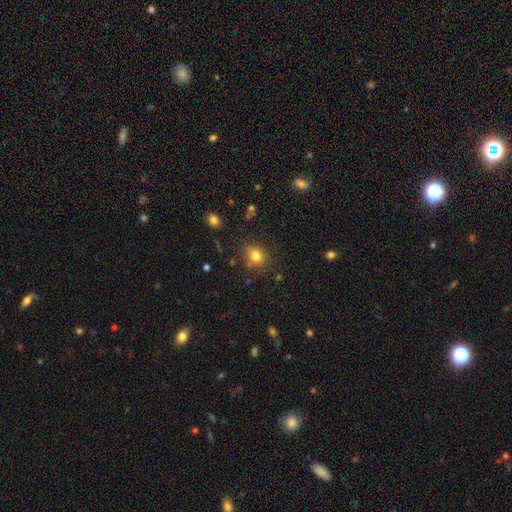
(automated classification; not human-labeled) The model was most divided on "how rounded": round: 62%, in between: 37%, cigar-shaped: 1%. More confident: smooth or featured — smooth (80%); merging — none (76%).